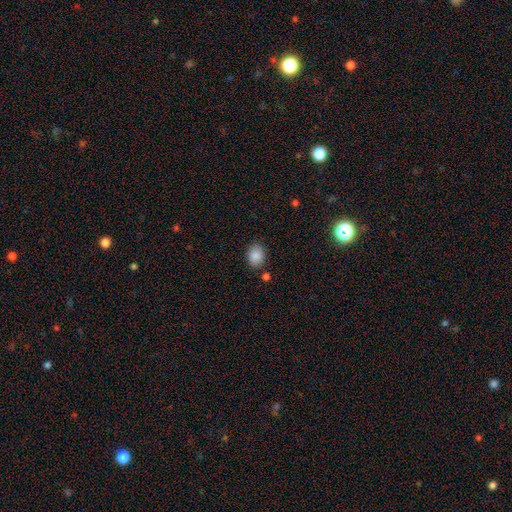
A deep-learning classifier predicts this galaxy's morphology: A smooth galaxy with no disk features (88%) that is in between round and cigar-shaped (60%).

Vote fractions:
- Smooth or featured? smooth: 88% / star or artifact: 8% / featured or disk: 4%
- How rounded? in between: 60% / round: 39% / cigar-shaped: 1%
- Merging? none: 82% / minor disturbance: 11% / merger: 4% / major disturbance: 3%